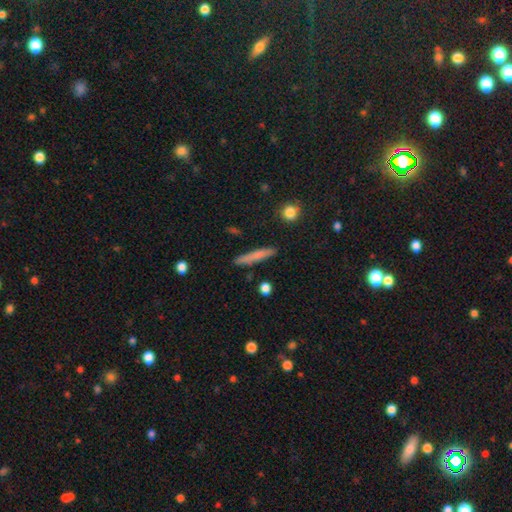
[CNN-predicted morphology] The model was most divided on "smooth or featured": smooth: 70%, featured or disk: 23%, star or artifact: 7%. More confident: how rounded — cigar-shaped (93%); merging — none (88%).